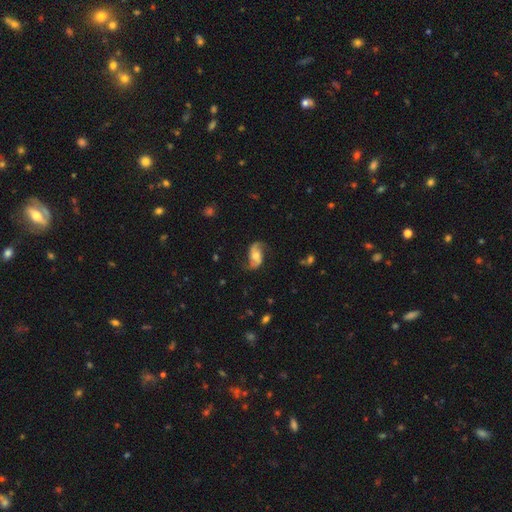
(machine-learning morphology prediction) Smooth or featured: featured or disk — 83% (smooth — 11%)
Edge-on disk: no — 97% (yes — 3%)
Bar: no — 49% (weak — 36%)
Spiral arms: yes — 95% (no — 5%)
Spiral winding: loose — 63% (medium — 29%)
Spiral arm count: 2 — 93% (can't tell — 2%)
Bulge size: moderate — 63% (small — 22%)
Merging: none — 76% (minor disturbance — 16%)